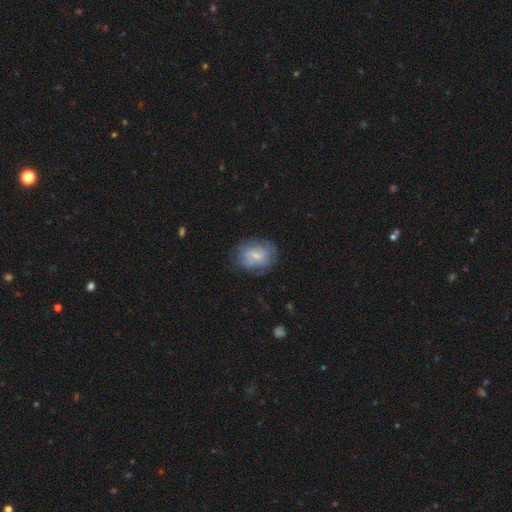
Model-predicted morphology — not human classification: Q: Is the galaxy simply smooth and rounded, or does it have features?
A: smooth — 47%.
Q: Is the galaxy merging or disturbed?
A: none — 69%.